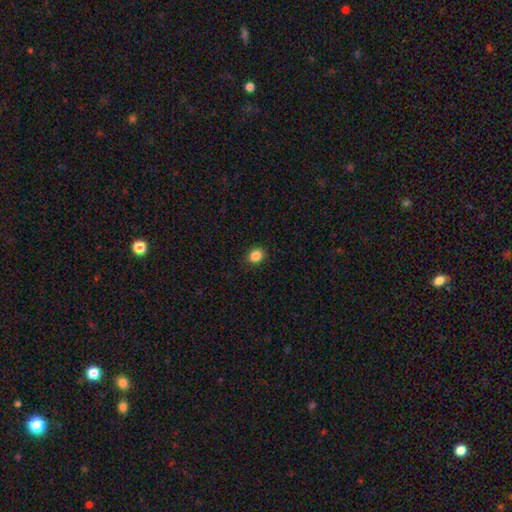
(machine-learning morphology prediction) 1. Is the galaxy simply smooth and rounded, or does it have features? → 87% smooth, 10% star or artifact, 4% featured or disk.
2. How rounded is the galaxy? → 55% round, 44% in between, 1% cigar-shaped.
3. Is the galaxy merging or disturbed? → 89% none, 8% minor disturbance, 2% major disturbance, 1% merger.